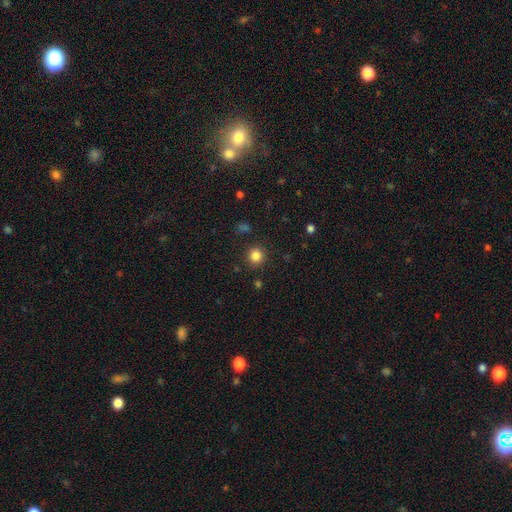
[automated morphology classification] A smooth galaxy with no disk features (83%) that is round (92%).

Vote fractions:
- Smooth or featured? smooth: 83% / star or artifact: 12% / featured or disk: 4%
- How rounded? round: 92% / in between: 7% / cigar-shaped: 1%
- Merging? none: 89% / minor disturbance: 6% / major disturbance: 3% / merger: 2%